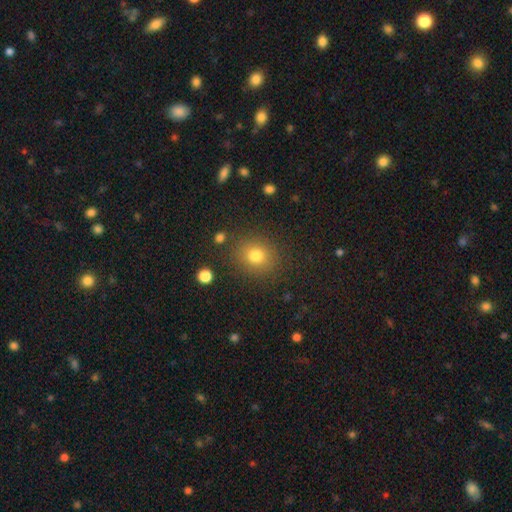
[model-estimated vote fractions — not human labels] Q: Smooth or featured?
A: smooth (78%); runner-up: star or artifact (14%)
Q: How rounded?
A: round (80%); runner-up: in between (19%)
Q: Merging?
A: none (86%); runner-up: minor disturbance (8%)